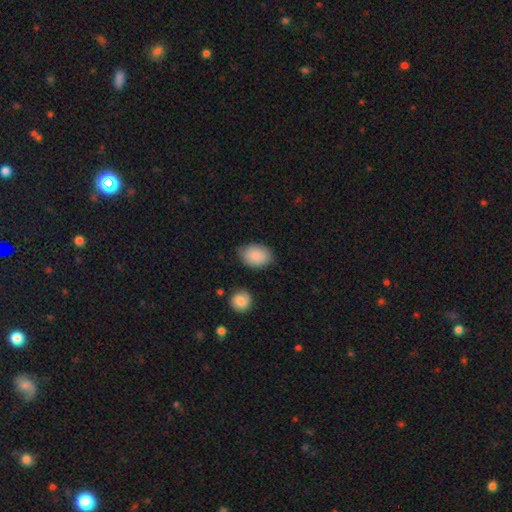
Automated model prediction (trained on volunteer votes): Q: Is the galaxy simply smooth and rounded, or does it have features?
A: smooth — 88%.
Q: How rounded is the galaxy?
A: in between — 79%.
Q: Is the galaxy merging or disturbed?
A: none — 75%.